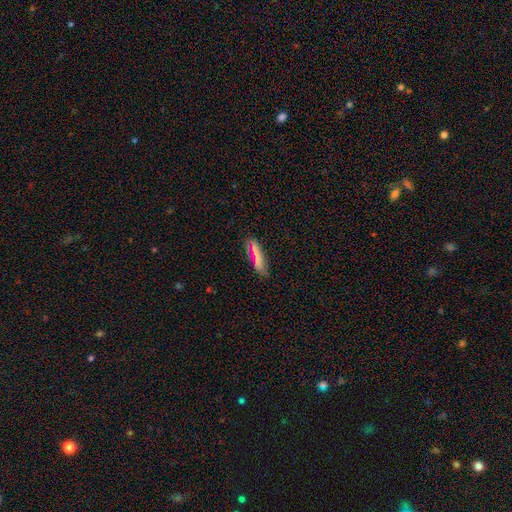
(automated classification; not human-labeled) Morphology: type=smooth (69%); roundness=cigar-shaped (75%); merging=none (70%).